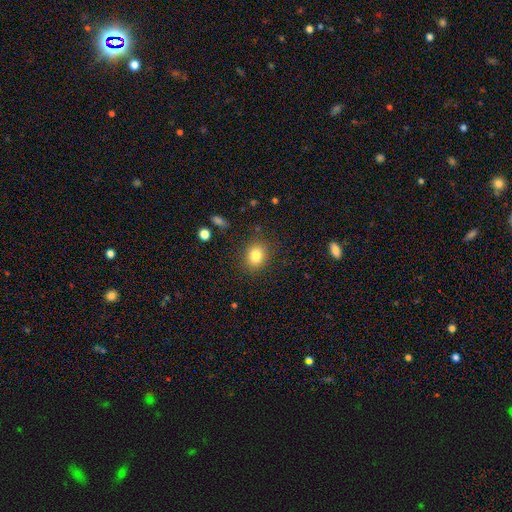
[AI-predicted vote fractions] This appears to be a smooth galaxy with no disk features (81%) that is round (57%). Merging: none (86%).